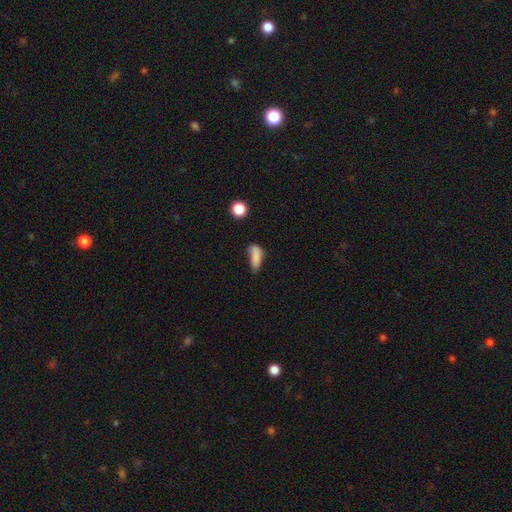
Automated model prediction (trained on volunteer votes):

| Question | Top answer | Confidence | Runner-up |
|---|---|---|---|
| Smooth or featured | smooth | 80% | star or artifact (11%) |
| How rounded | in between | 63% | cigar-shaped (33%) |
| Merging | none | 42% | minor disturbance (37%) |